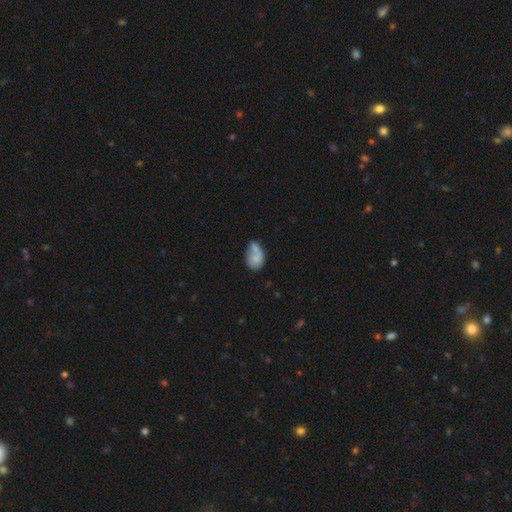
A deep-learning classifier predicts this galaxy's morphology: Smooth or featured? smooth (70%)
How rounded? in between (77%)
Merging? merger (38%)